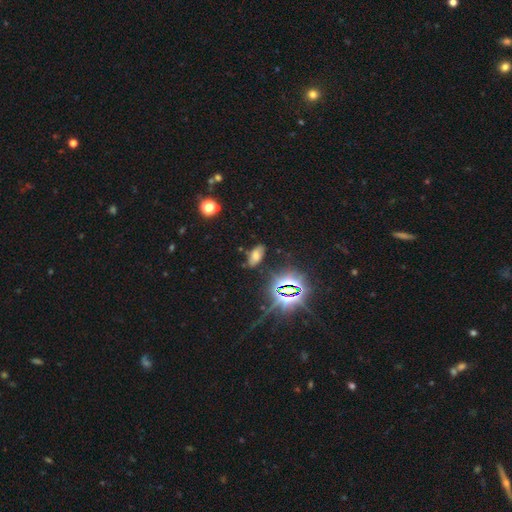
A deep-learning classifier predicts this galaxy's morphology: Smooth or featured? smooth (51%)
How rounded? in between (89%)
Merging? none (75%)